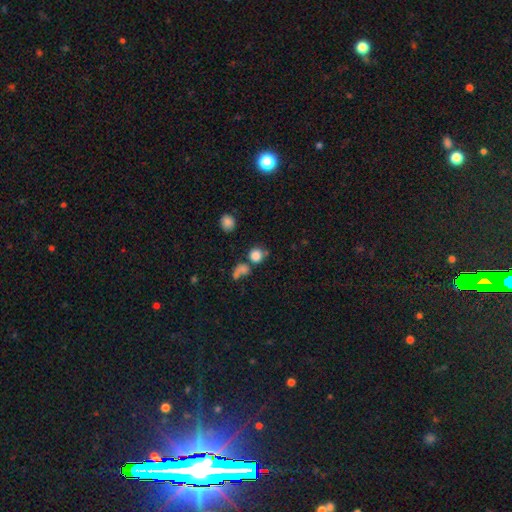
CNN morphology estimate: A smooth galaxy with no disk features (79%) that is round (89%).

Vote fractions:
- Smooth or featured? smooth: 79% / star or artifact: 13% / featured or disk: 7%
- How rounded? round: 89% / in between: 10% / cigar-shaped: 1%
- Merging? none: 56% / merger: 24% / minor disturbance: 11% / major disturbance: 9%